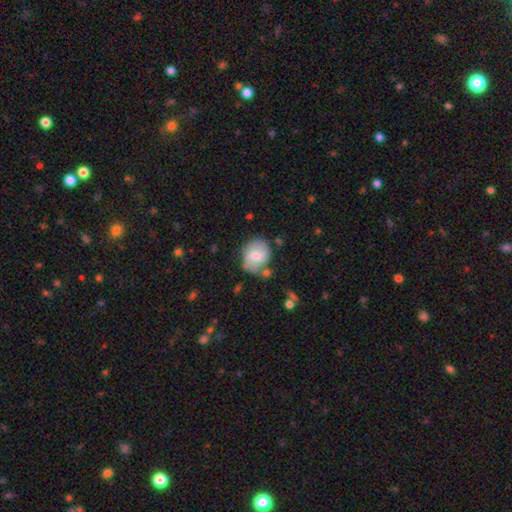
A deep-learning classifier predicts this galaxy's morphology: Overall: smooth (52%; featured or disk 40%). How rounded: round (69%; in between 30%). Merging: none (65%).